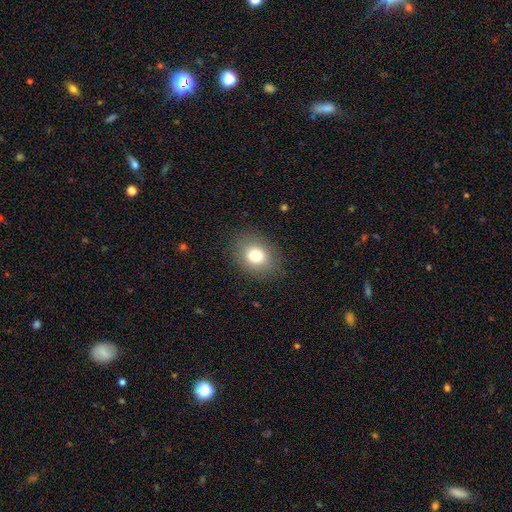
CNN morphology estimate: The model was most divided on "how rounded": in between: 53%, round: 46%, cigar-shaped: 1%. More confident: merging — none (86%); smooth or featured — smooth (78%).